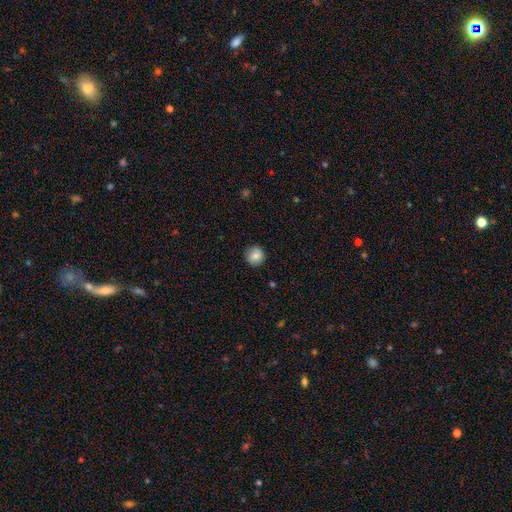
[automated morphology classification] This appears to be a smooth galaxy with no disk features (82%) that is round (94%). Merging: none (90%).